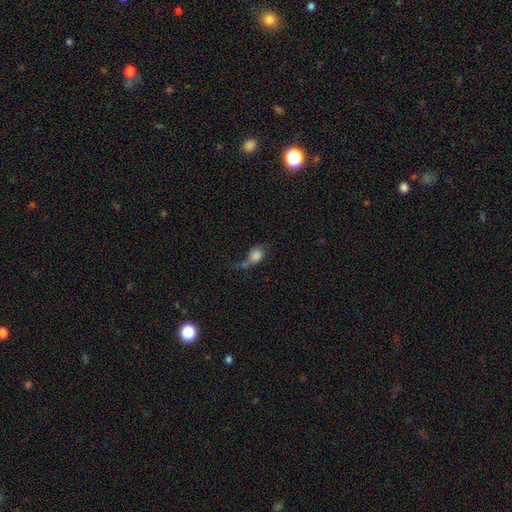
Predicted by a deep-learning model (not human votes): Smooth or featured? smooth (75%)
How rounded? in between (66%)
Merging? major disturbance (30%)